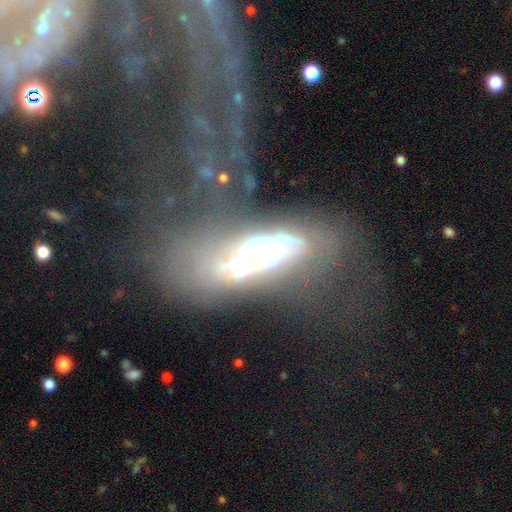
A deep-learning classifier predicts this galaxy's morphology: Overall: featured or disk (68%). Edge-on disk: no (82%). Bar: no (71%). Spiral arms: no (65%; yes 35%). Bulge size: moderate (35%; small 29%). Merging: major disturbance (46%; merger 24%).